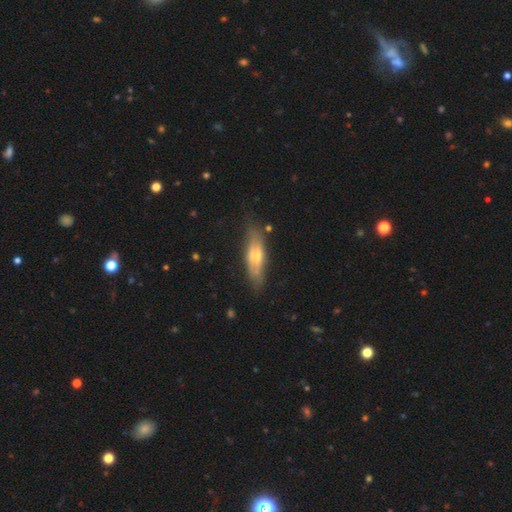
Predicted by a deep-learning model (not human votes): Smooth or featured? featured or disk (55%)
Edge-on disk? yes (71%)
Merging? none (74%)